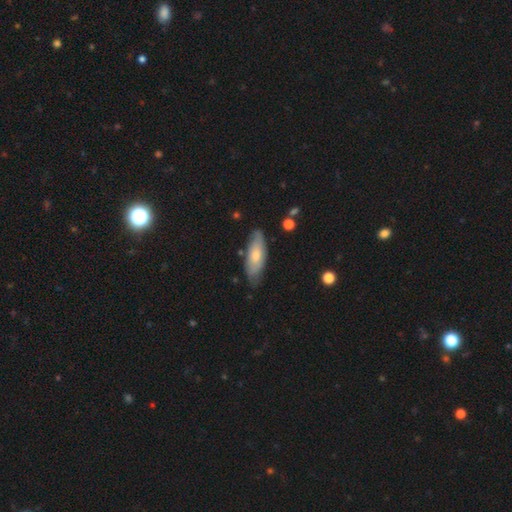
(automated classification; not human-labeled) Smooth or featured? smooth (62%)
How rounded? in between (70%)
Merging? none (70%)